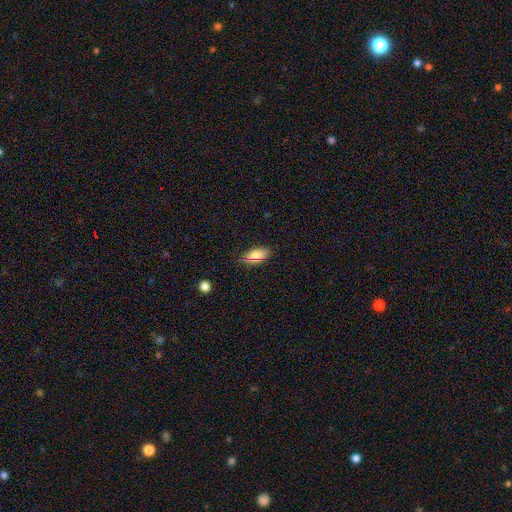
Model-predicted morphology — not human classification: type=smooth (76%); roundness=in between (88%); merging=none (82%).